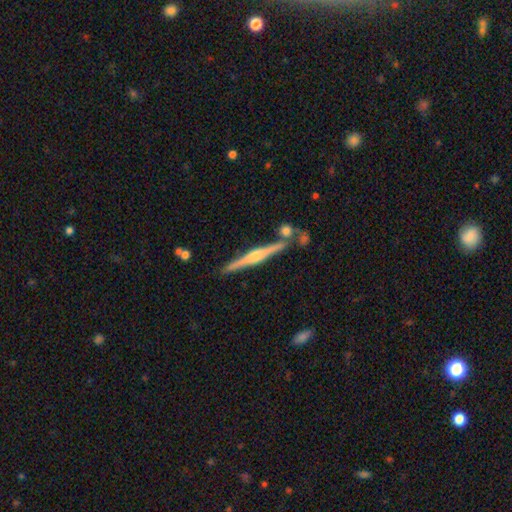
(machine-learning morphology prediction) featured or disk 81%, smooth 14%, star or artifact 6%. Down the decision tree: edge-on disk — yes (98%); edge-on bulge — rounded (87%); merging — none (82%).